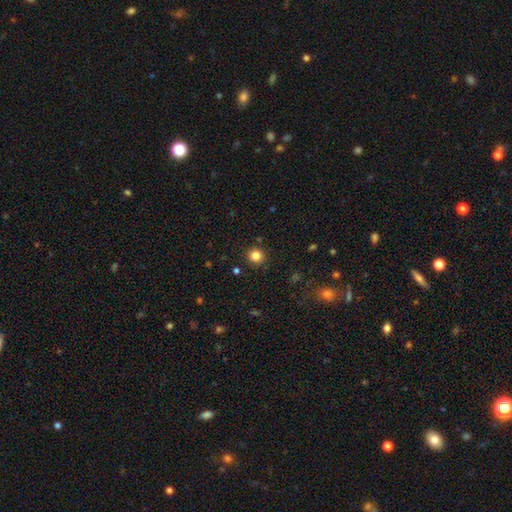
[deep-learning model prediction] This is clearly a smooth galaxy (83%). How rounded: clearly round (93%). Merging: clearly none (90%).